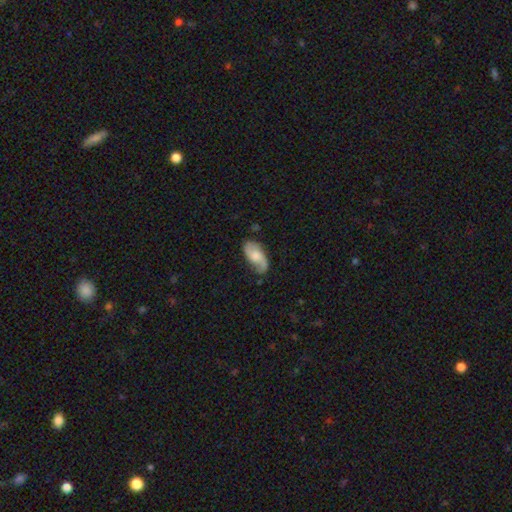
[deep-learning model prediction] smooth_or_featured: featured or disk (p=0.61) [alt: smooth p=0.33]
disk_edge_on: no (p=0.94) [alt: yes p=0.06]
bar: no (p=0.64) [alt: weak p=0.31]
has_spiral_arms: yes (p=0.91) [alt: no p=0.09]
spiral_winding: loose (p=0.47) [alt: medium p=0.38]
spiral_arm_count: 2 (p=0.84) [alt: 1 p=0.07]
bulge_size: moderate (p=0.47) [alt: small p=0.23]
merging: none (p=0.68) [alt: minor disturbance p=0.23]